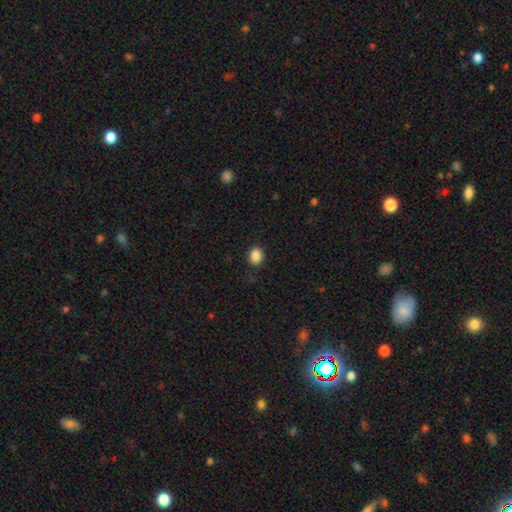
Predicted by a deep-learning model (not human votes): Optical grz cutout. It shows a smooth galaxy with no disk features (87%) that is round (68%). Merging: none (88%).